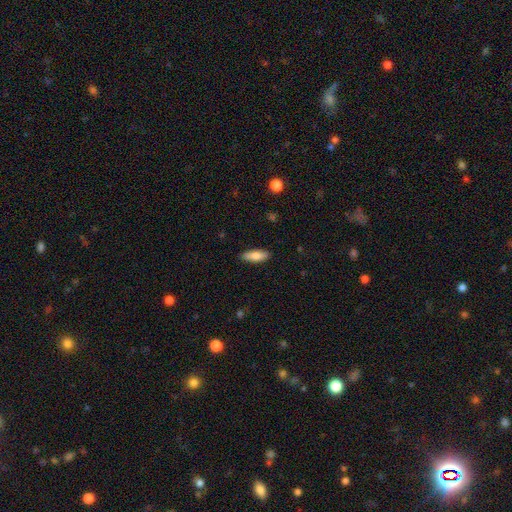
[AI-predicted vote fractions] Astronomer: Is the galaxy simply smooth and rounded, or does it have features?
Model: smooth — 80%.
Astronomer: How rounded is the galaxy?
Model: in between — 61% (runner-up: cigar-shaped, 37%).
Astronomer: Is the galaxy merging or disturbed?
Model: none — 88%.